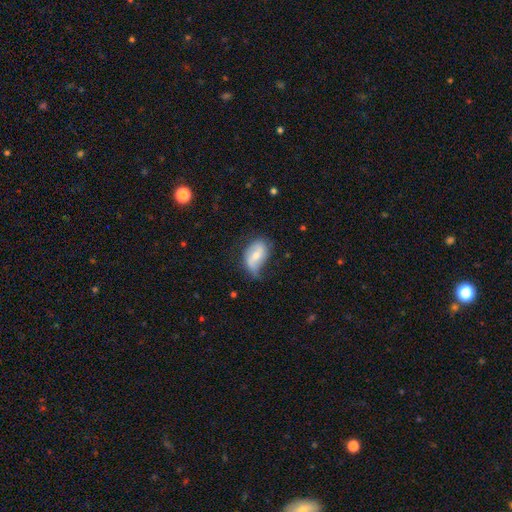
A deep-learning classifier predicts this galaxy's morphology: Q: Smooth or featured?
A: featured or disk (52%); runner-up: smooth (41%)
Q: Edge-on disk?
A: no (94%); runner-up: yes (6%)
Q: Merging?
A: none (44%); runner-up: minor disturbance (38%)